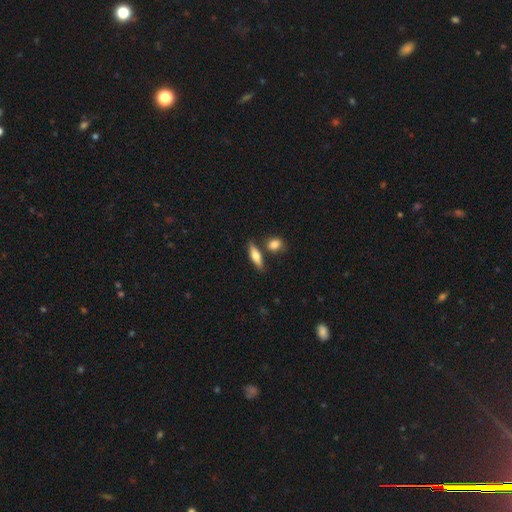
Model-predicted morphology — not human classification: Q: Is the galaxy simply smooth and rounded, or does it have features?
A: smooth — 62%.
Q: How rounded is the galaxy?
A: cigar-shaped — 49%.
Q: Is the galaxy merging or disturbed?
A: none — 72%.